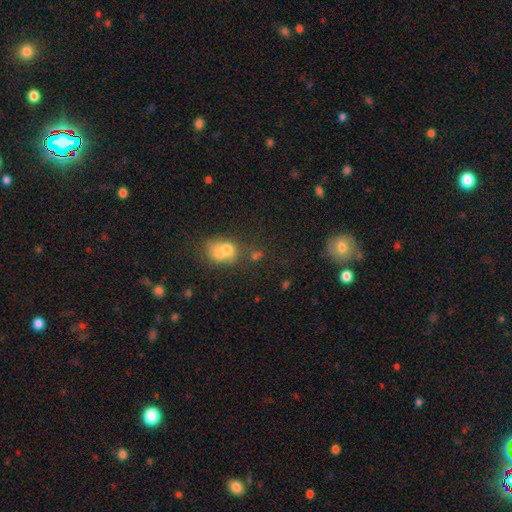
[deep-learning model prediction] Q: Smooth or featured?
A: smooth (63%); runner-up: star or artifact (19%)
Q: How rounded?
A: round (61%); runner-up: in between (37%)
Q: Merging?
A: merger (51%); runner-up: none (34%)